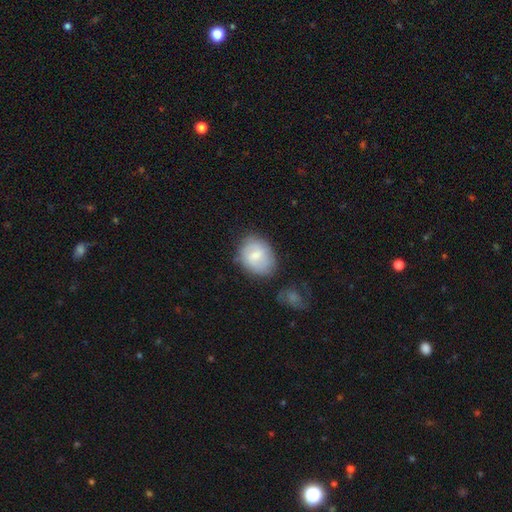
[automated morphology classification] Overall: smooth (57%; featured or disk 37%). How rounded: round (51%; in between 48%). Merging: none (70%).